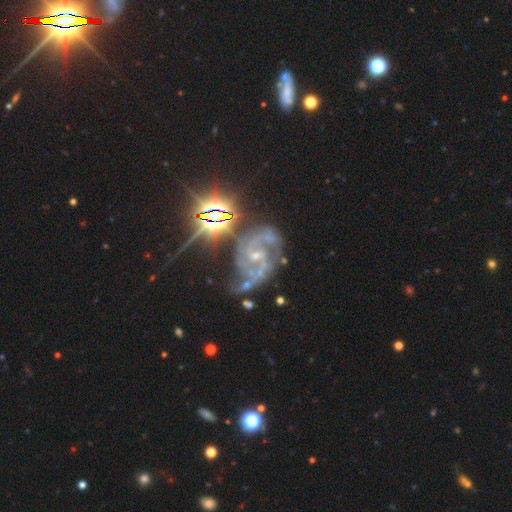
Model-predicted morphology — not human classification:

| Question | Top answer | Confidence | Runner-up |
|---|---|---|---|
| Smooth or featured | featured or disk | 81% | star or artifact (15%) |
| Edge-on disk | no | 97% | yes (3%) |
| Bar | no | 45% | weak (39%) |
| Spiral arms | yes | 97% | no (3%) |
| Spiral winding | medium | 53% | tight (33%) |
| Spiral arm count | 2 | 60% | 3 (15%) |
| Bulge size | small | 71% | moderate (23%) |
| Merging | none | 49% | minor disturbance (23%) |